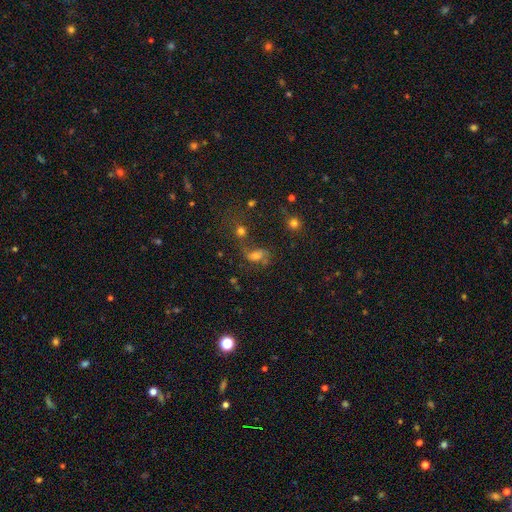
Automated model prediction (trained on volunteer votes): This is marginally a smooth galaxy (40%). Merging: marginally none (38%).